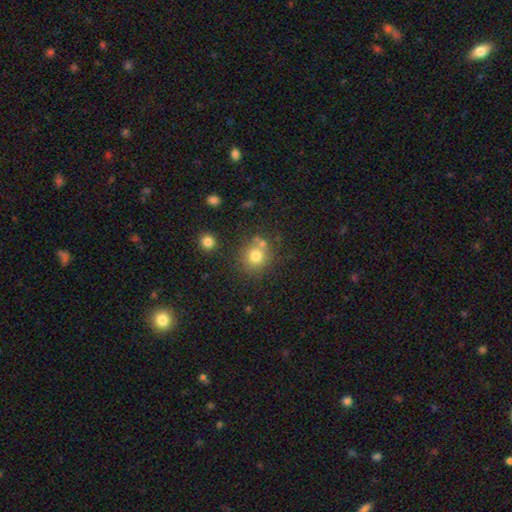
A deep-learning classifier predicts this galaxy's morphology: A smooth galaxy with no disk features (76%) that is round (86%).

Vote fractions:
- Smooth or featured? smooth: 76% / star or artifact: 13% / featured or disk: 10%
- How rounded? round: 86% / in between: 13% / cigar-shaped: 1%
- Merging? none: 67% / merger: 17% / minor disturbance: 11% / major disturbance: 4%